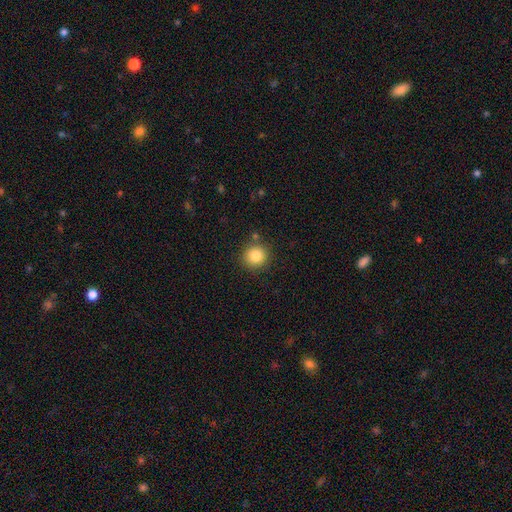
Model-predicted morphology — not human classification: smooth_or_featured: smooth (p=0.84) [alt: star or artifact p=0.10]
how_rounded: round (p=0.92) [alt: in between p=0.07]
merging: none (p=0.85) [alt: minor disturbance p=0.09]